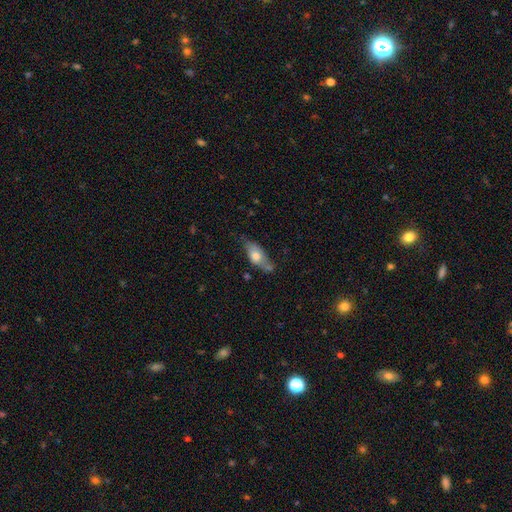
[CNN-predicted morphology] Overall: smooth (65%; featured or disk 28%). How rounded: in between (79%). Merging: none (50%; minor disturbance 30%).